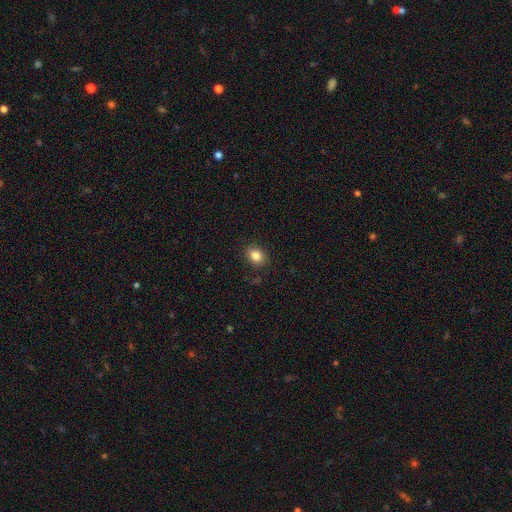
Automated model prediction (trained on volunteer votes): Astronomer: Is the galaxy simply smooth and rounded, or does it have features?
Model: smooth — 84%.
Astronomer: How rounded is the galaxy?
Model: in between — 55% (runner-up: round, 44%).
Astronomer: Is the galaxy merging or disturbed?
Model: none — 86%.